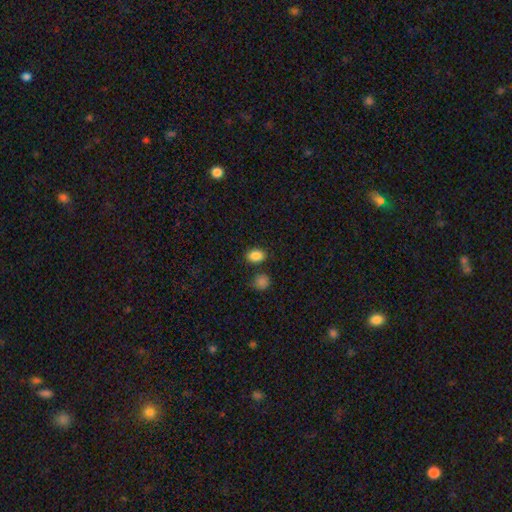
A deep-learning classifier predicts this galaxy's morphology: Smooth or featured: smooth — 87% (star or artifact — 9%)
How rounded: in between — 77% (round — 22%)
Merging: none — 79% (minor disturbance — 11%)